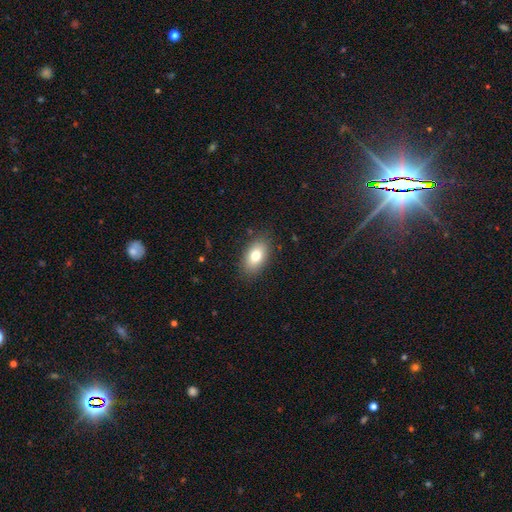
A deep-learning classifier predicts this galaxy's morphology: A smooth galaxy with no disk features (77%) that is in between round and cigar-shaped (90%).

Vote fractions:
- Smooth or featured? smooth: 77% / featured or disk: 14% / star or artifact: 8%
- How rounded? in between: 90% / round: 8% / cigar-shaped: 2%
- Merging? none: 86% / minor disturbance: 10% / major disturbance: 3% / merger: 1%